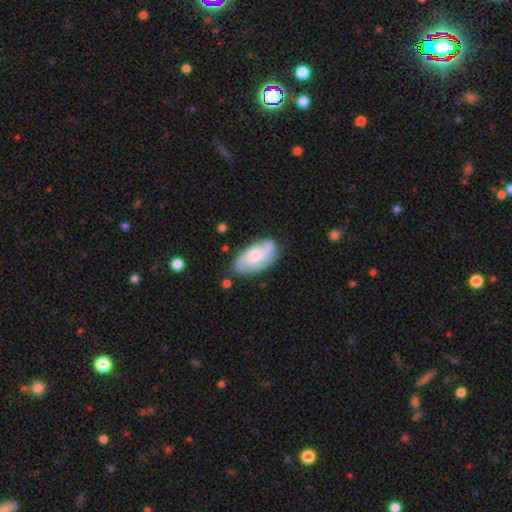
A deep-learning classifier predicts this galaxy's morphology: Smooth or featured?
  - featured or disk: 65% *
  - smooth: 29%
  - star or artifact: 6%
Edge-on disk?
  - no: 95% *
  - yes: 5%
Bar?
  - no: 64% *
  - weak: 31%
  - strong: 5%
Spiral arms?
  - yes: 91% *
  - no: 9%
Spiral winding?
  - medium: 46% *
  - tight: 28%
  - loose: 25%
Spiral arm count?
  - 2: 55% *
  - 3: 18%
  - can't tell: 18%
  - 1: 4%
  - 4: 3%
  - more than 4: 2%
Bulge size?
  - moderate: 45% *
  - small: 26%
  - large: 17%
  - none: 9%
  - dominant: 2%
Merging?
  - none: 70% *
  - minor disturbance: 21%
  - major disturbance: 7%
  - merger: 3%